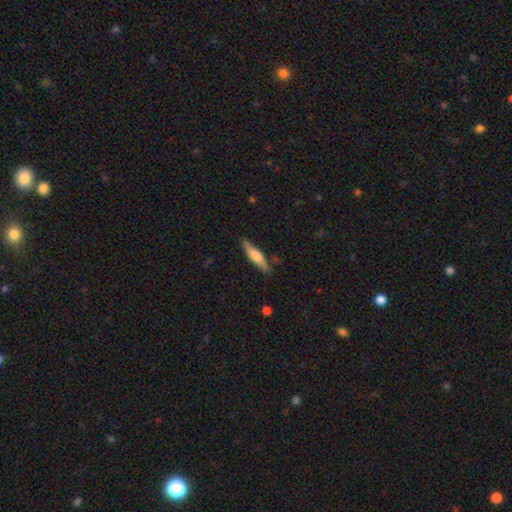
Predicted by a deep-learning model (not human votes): Q: Smooth or featured?
A: smooth (53%); runner-up: featured or disk (41%)
Q: How rounded?
A: cigar-shaped (79%); runner-up: in between (19%)
Q: Merging?
A: none (82%); runner-up: minor disturbance (13%)